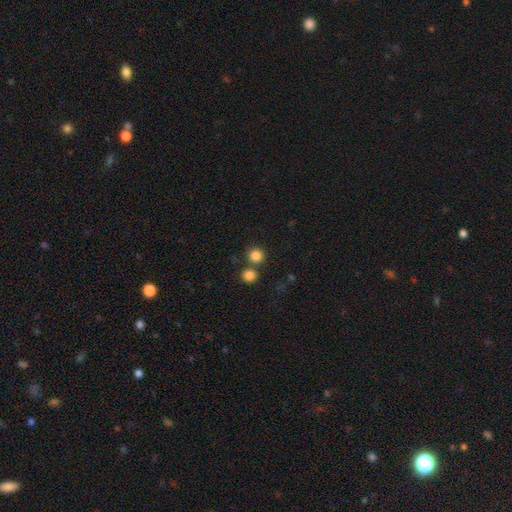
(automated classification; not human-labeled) A smooth galaxy with no disk features (84%) that is round (93%). Merging: none (73%).